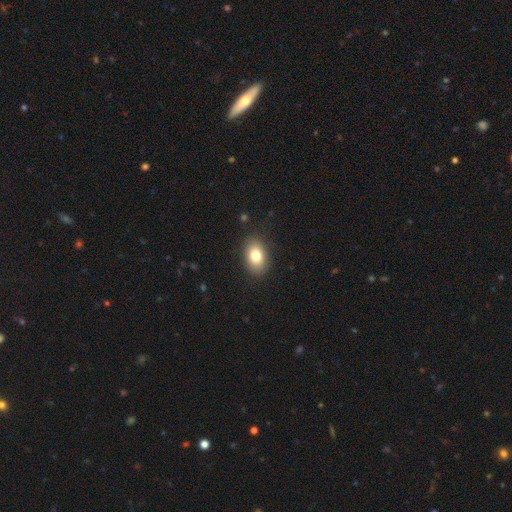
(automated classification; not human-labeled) This appears to be a smooth galaxy with no disk features (79%) that is in between round and cigar-shaped (82%). Merging: none (88%).